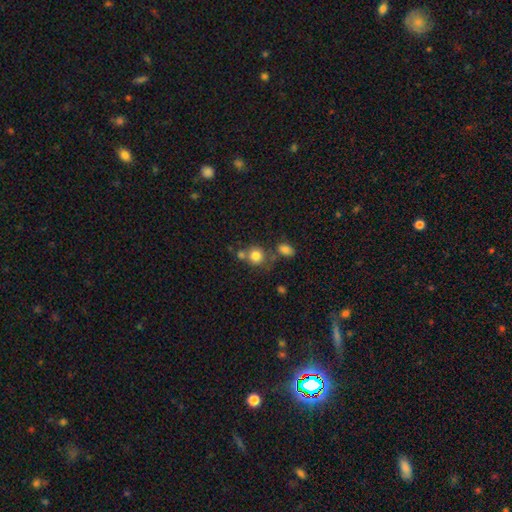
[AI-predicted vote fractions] smooth 80%, star or artifact 11%, featured or disk 9%. Down the decision tree: how rounded — round (83%); merging — none (55%).